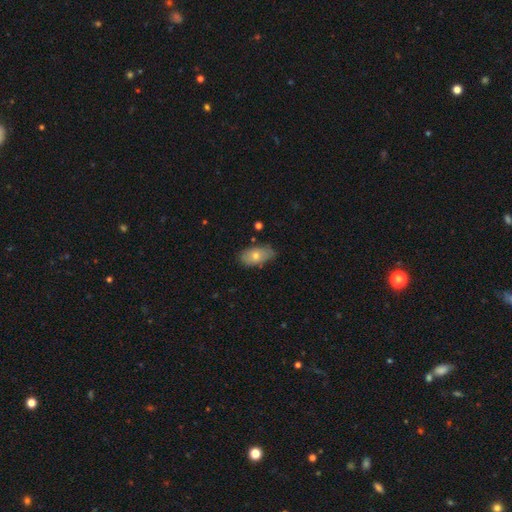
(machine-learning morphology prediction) Smooth or featured? smooth (68%)
How rounded? in between (91%)
Merging? none (69%)